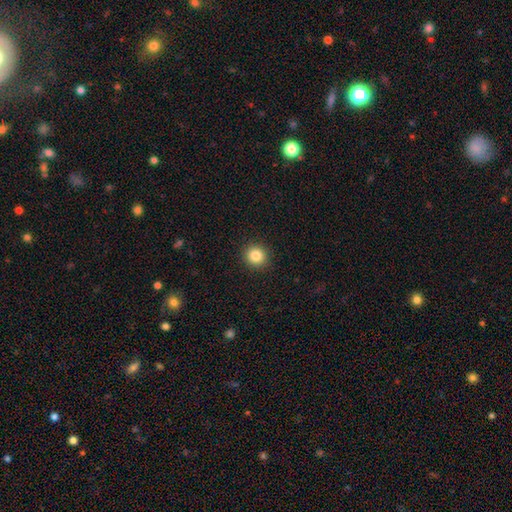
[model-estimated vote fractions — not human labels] A smooth galaxy with no disk features (85%) that is round (89%). Merging: none (92%).